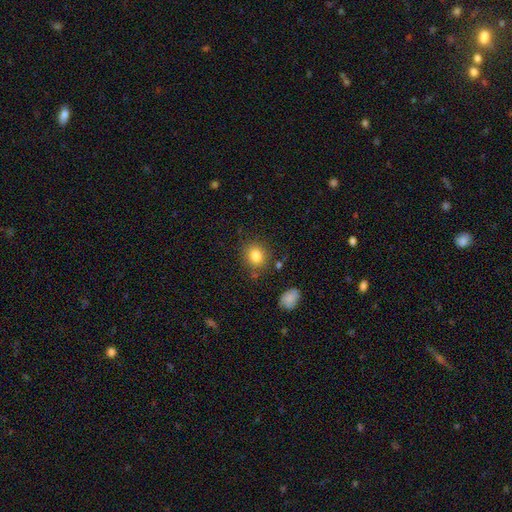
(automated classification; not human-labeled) This is clearly a smooth galaxy (82%). How rounded: likely round (68%). Merging: clearly none (81%).